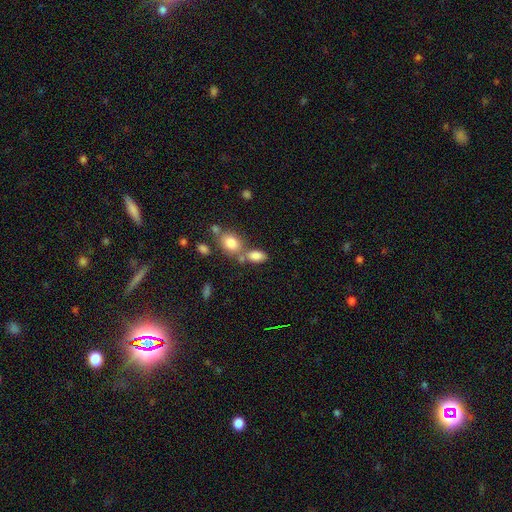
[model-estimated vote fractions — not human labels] smooth 83%, star or artifact 9%, featured or disk 8%. Down the decision tree: how rounded — in between (88%); merging — none (49%).